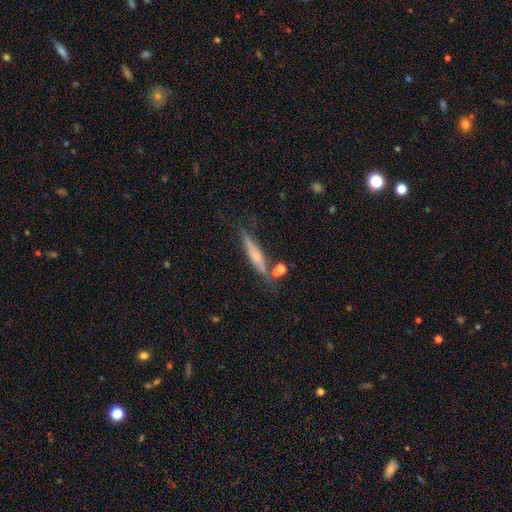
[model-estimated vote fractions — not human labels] Smooth or featured: featured or disk — 54% (smooth — 38%)
Edge-on disk: yes — 95% (no — 5%)
Edge-on bulge: rounded — 62% (none — 26%)
Merging: none — 74% (minor disturbance — 15%)